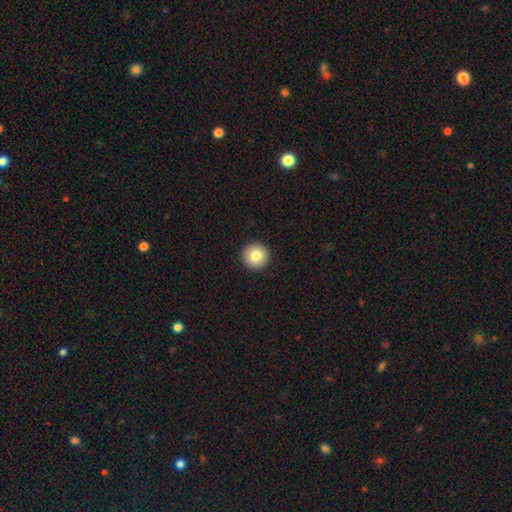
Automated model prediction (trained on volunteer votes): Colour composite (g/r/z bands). It shows a smooth galaxy with no disk features (82%) that is round (96%). Merging: none (94%).